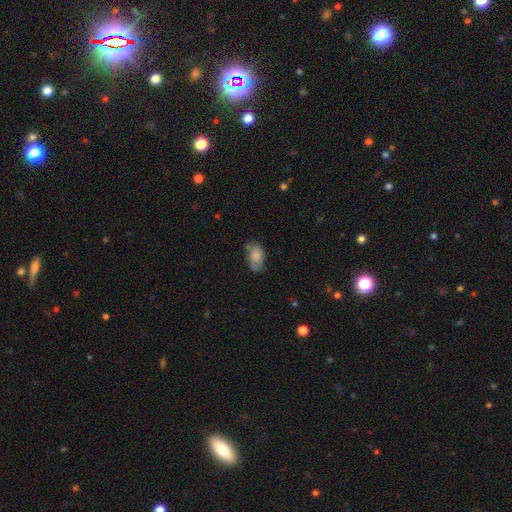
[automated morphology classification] This appears to be a smooth galaxy with no disk features (81%) that is in between round and cigar-shaped (92%). Merging: none (63%).